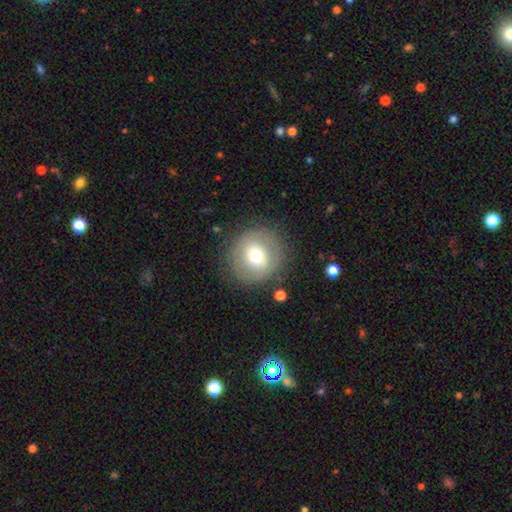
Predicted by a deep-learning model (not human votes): Smooth or featured: smooth — 63% (featured or disk — 27%)
How rounded: round — 94% (in between — 5%)
Merging: none — 84% (minor disturbance — 9%)